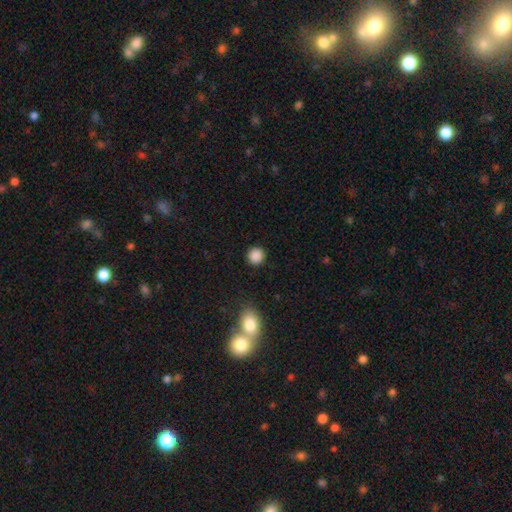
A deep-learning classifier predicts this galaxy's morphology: Smooth or featured? Predicted: smooth (p=0.88). How rounded? Predicted: round (p=0.92). Merging? Predicted: none (p=0.91).